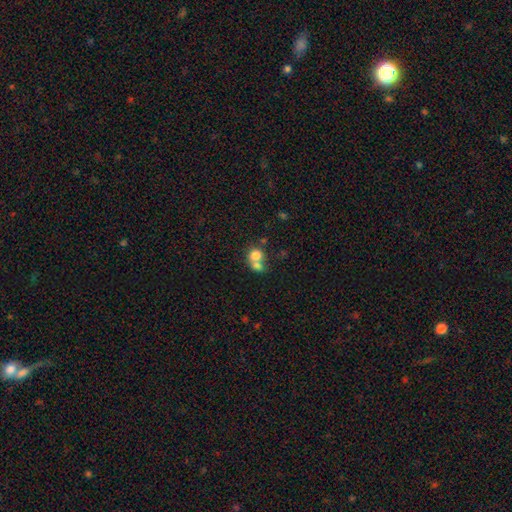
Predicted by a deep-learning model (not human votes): smooth_or_featured: smooth (p=0.74) [alt: featured or disk p=0.16]
how_rounded: round (p=0.70) [alt: in between p=0.29]
merging: merger (p=0.63) [alt: none p=0.26]